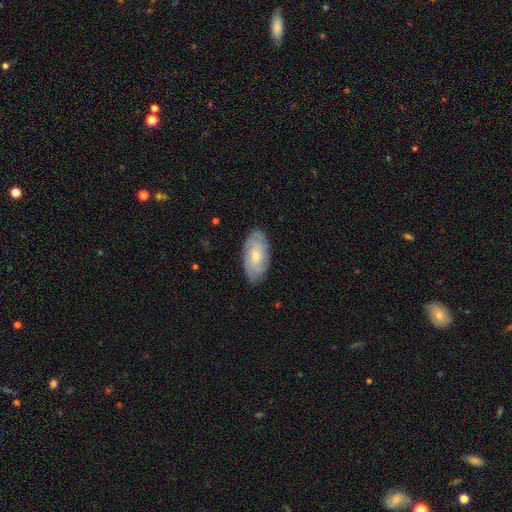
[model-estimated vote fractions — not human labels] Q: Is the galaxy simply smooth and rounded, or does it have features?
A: featured or disk — 59%.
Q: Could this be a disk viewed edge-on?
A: no — 93%.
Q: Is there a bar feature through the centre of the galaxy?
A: no — 71%.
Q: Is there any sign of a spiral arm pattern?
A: yes — 85%.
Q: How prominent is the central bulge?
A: small — 52%.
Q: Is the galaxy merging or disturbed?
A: none — 81%.